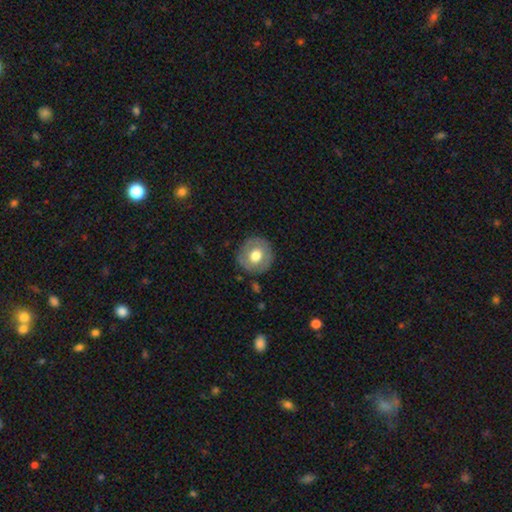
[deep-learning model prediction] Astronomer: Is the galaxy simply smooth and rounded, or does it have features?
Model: smooth — 61%.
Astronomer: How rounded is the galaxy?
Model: round — 92%.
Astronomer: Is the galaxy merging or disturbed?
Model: none — 86%.